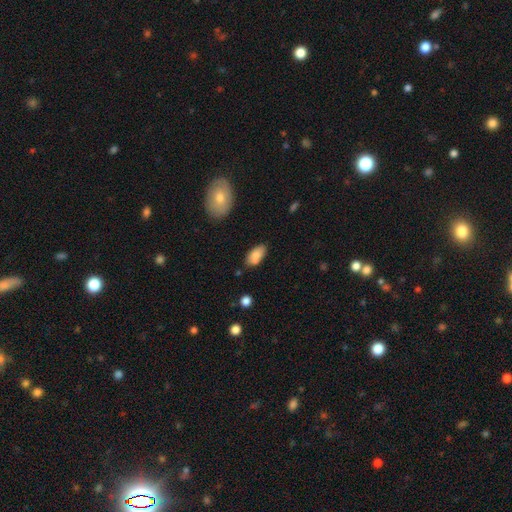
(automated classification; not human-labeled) Q: Smooth or featured?
A: smooth (82%); runner-up: featured or disk (11%)
Q: How rounded?
A: in between (92%); runner-up: cigar-shaped (6%)
Q: Merging?
A: none (73%); runner-up: minor disturbance (17%)